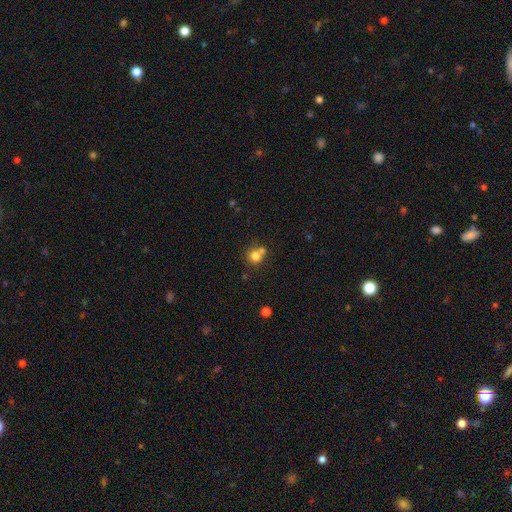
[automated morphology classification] The model was most divided on "merging": none: 52%, merger: 36%, minor disturbance: 9%, major disturbance: 3%. More confident: how rounded — round (88%); smooth or featured — smooth (78%).